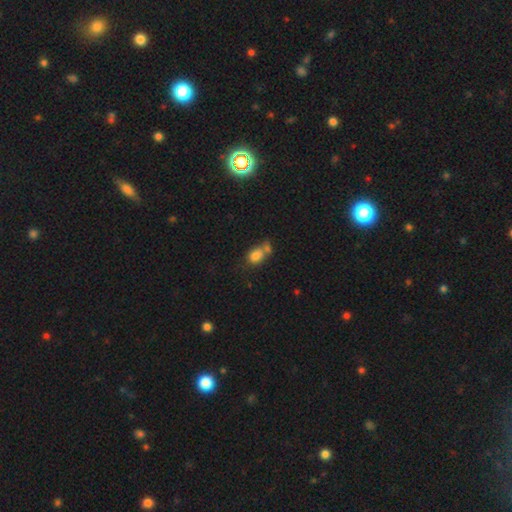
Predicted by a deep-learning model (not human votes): Smooth or featured? Predicted: smooth (p=0.80). How rounded? Predicted: in between (p=0.65). Merging? Predicted: merger (p=0.45).